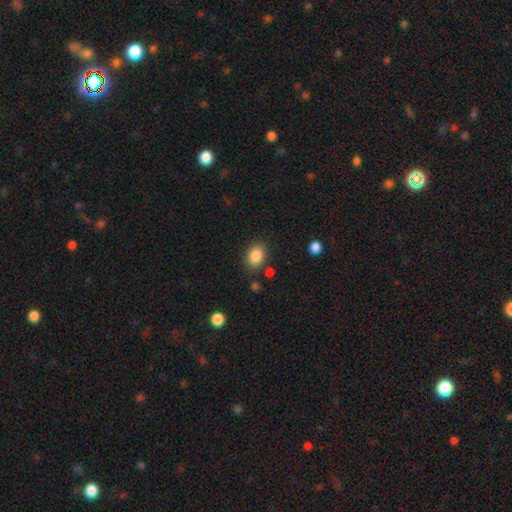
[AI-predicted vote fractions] Smooth or featured? smooth (86%)
How rounded? in between (70%)
Merging? none (82%)